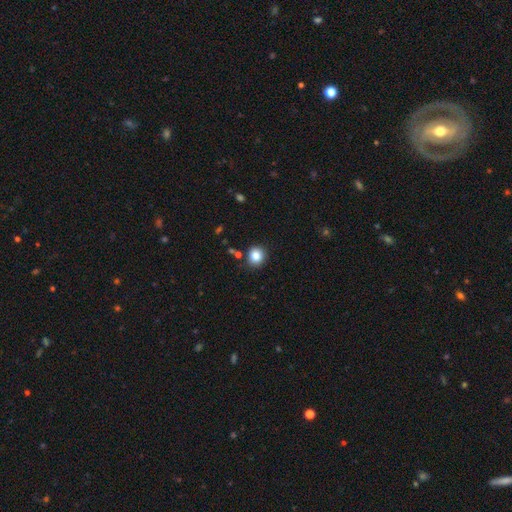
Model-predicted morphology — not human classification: smooth 84%, star or artifact 10%, featured or disk 5%. Down the decision tree: how rounded — round (85%); merging — none (86%).